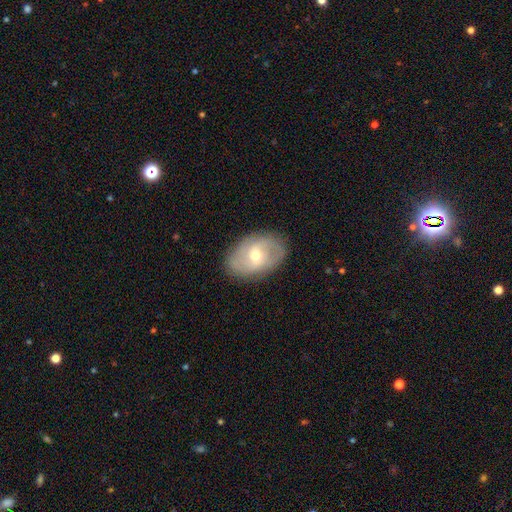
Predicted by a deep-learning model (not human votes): Q: Smooth or featured?
A: featured or disk (60%); runner-up: smooth (33%)
Q: Edge-on disk?
A: no (93%); runner-up: yes (7%)
Q: Bar?
A: no (44%); tied with: weak (44%)
Q: Spiral arms?
A: yes (73%); runner-up: no (27%)
Q: Bulge size?
A: moderate (58%); runner-up: small (37%)
Q: Merging?
A: none (83%); runner-up: minor disturbance (13%)